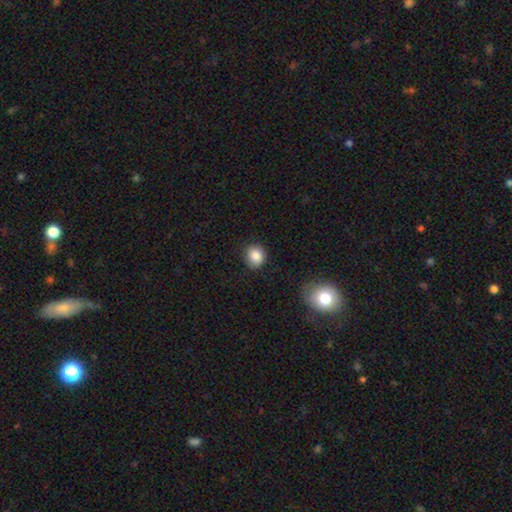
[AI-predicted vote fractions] Morphology: type=smooth (85%); roundness=round (81%); merging=none (85%).